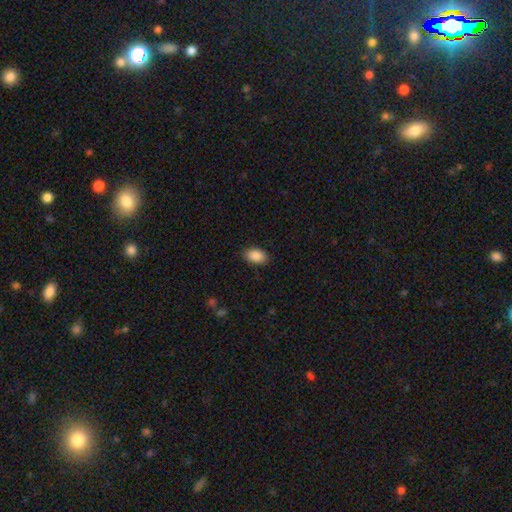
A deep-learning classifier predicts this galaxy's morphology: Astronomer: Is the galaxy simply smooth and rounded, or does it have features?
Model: smooth — 89%.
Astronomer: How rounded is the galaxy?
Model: in between — 91%.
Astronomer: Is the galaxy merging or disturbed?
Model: none — 88%.